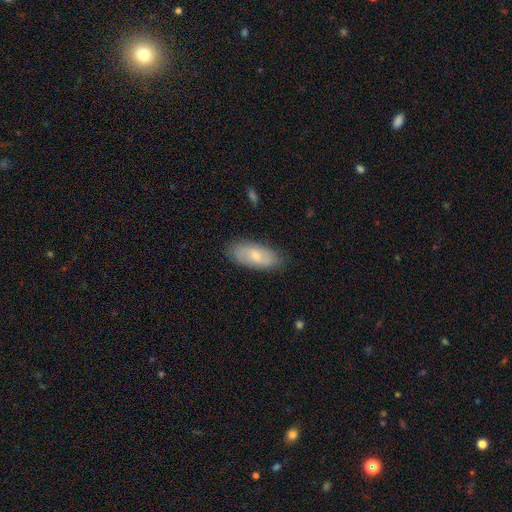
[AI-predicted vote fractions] Smooth or featured? smooth (59%)
How rounded? in between (84%)
Merging? none (83%)